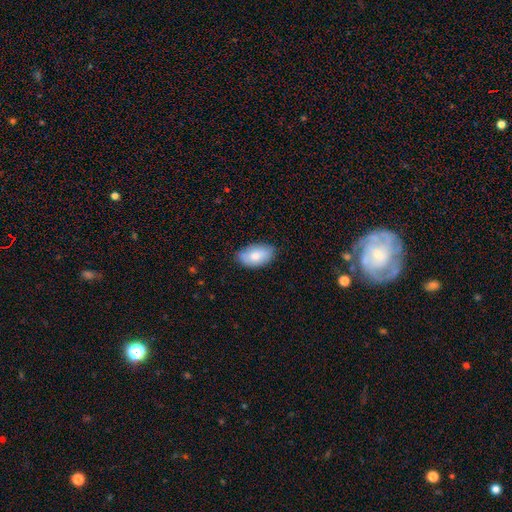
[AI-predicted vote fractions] The model was most divided on "merging": none: 77%, minor disturbance: 19%, major disturbance: 3%, merger: 1%. More confident: how rounded — in between (93%); smooth or featured — smooth (78%).